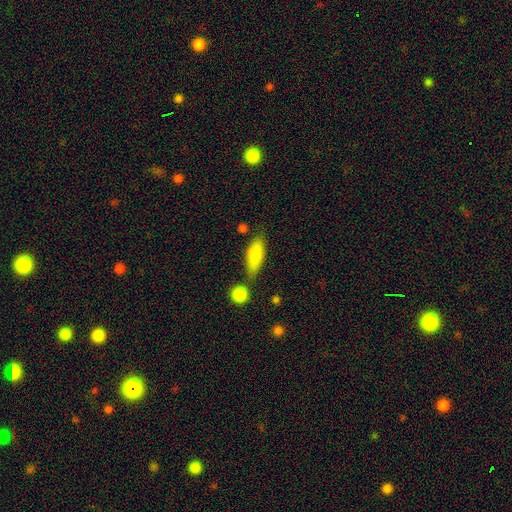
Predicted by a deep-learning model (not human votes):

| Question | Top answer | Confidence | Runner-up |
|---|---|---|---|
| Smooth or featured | smooth | 83% | featured or disk (10%) |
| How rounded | in between | 68% | cigar-shaped (29%) |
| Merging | none | 61% | minor disturbance (23%) |